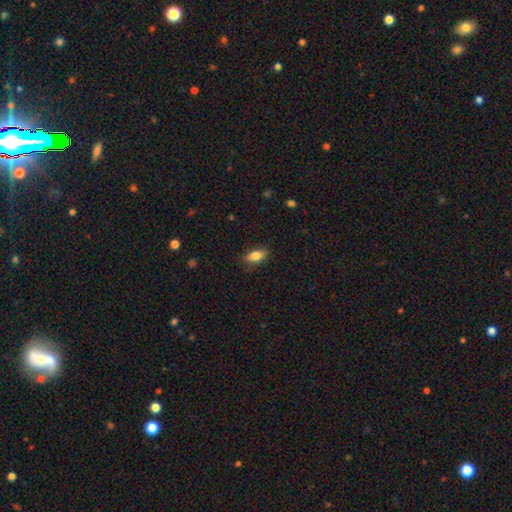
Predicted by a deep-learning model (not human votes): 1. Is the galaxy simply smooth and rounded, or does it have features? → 82% smooth, 10% featured or disk, 8% star or artifact.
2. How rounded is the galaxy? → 84% in between, 12% cigar-shaped, 4% round.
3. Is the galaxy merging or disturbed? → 83% none, 13% minor disturbance, 3% major disturbance, 1% merger.